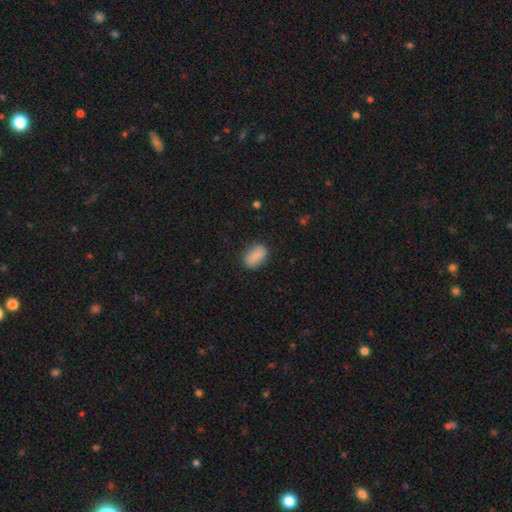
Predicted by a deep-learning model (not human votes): smooth_or_featured: smooth (p=0.83) [alt: featured or disk p=0.09]
how_rounded: in between (p=0.85) [alt: round p=0.12]
merging: none (p=0.83) [alt: minor disturbance p=0.13]